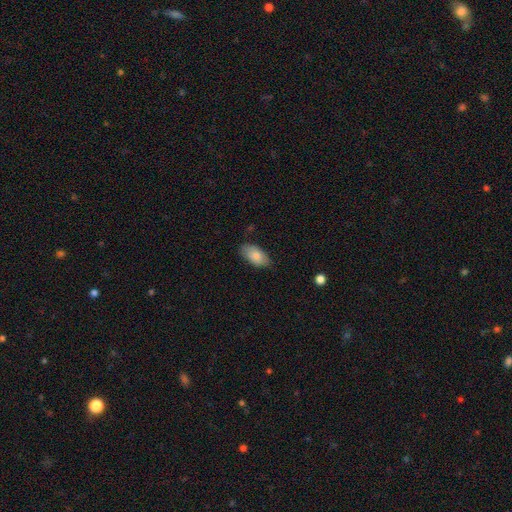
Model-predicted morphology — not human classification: Smooth or featured? smooth (84%)
How rounded? in between (94%)
Merging? none (80%)